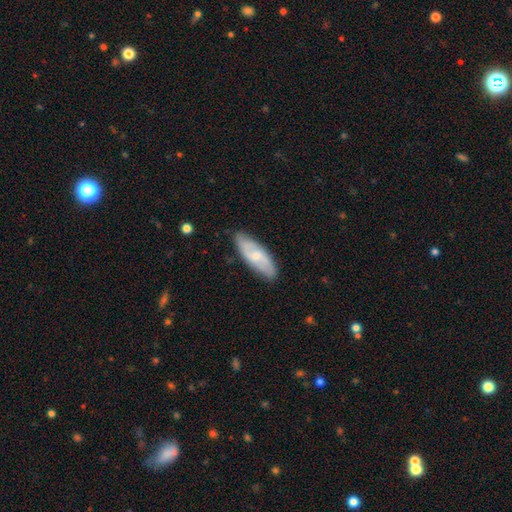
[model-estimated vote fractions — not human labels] Morphology: type=featured or disk (53%); edge-on=no (85%); merging=none (81%).